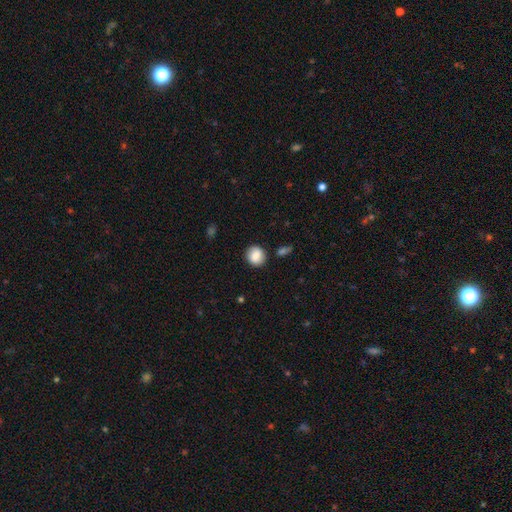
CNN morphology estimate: Smooth or featured? Predicted: smooth (p=0.86). How rounded? Predicted: round (p=0.81). Merging? Predicted: none (p=0.85).